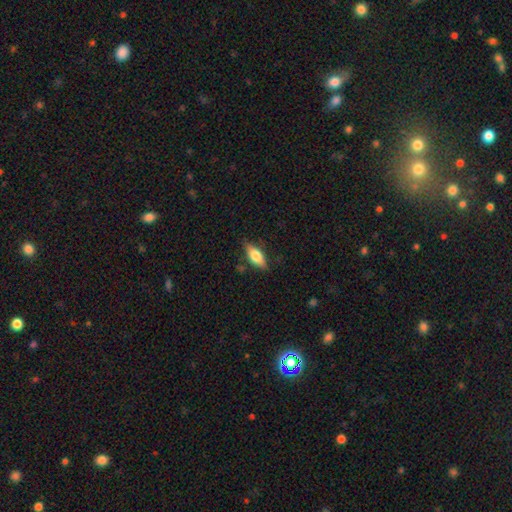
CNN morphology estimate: Smooth or featured: smooth — 62% (featured or disk — 31%)
How rounded: in between — 77% (cigar-shaped — 19%)
Merging: none — 78% (minor disturbance — 16%)